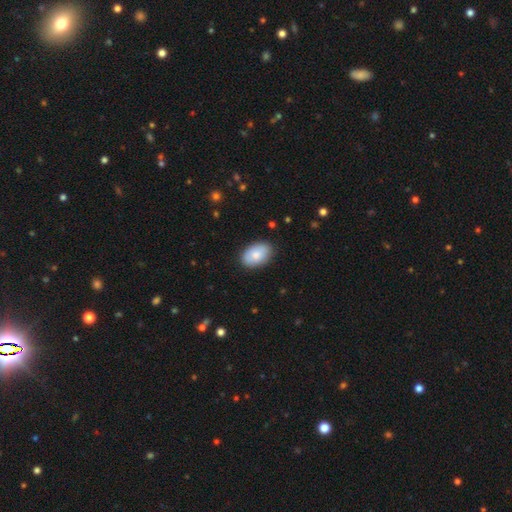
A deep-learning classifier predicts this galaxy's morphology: Smooth or featured? smooth (78%)
How rounded? in between (90%)
Merging? none (84%)